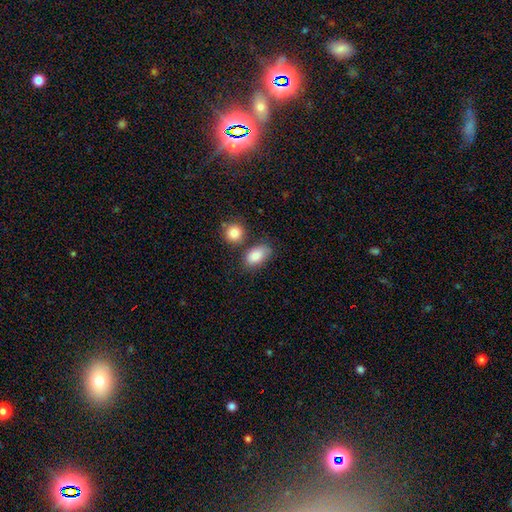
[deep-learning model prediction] Smooth or featured? smooth (86%)
How rounded? in between (89%)
Merging? none (60%)